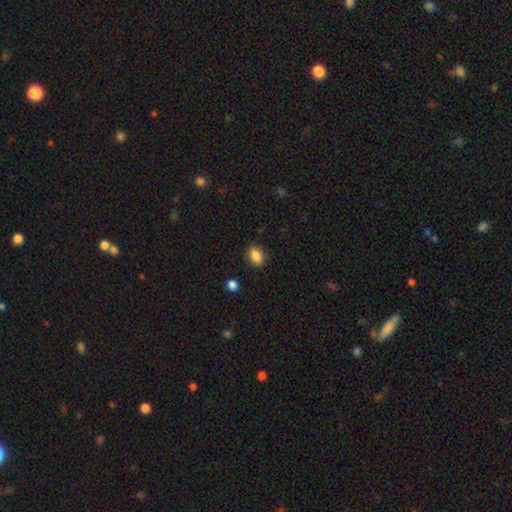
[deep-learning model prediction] Overall: smooth (86%). How rounded: in between (76%). Merging: none (87%).